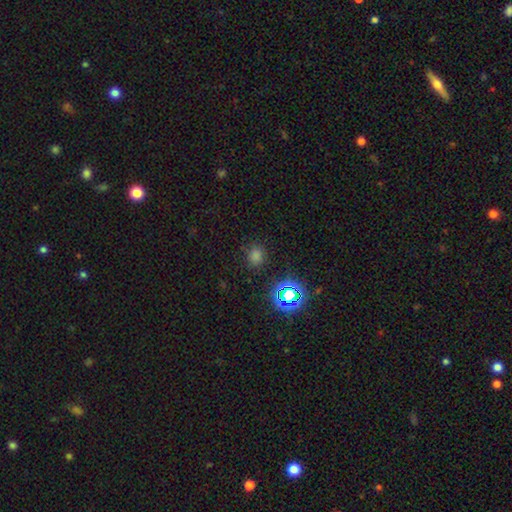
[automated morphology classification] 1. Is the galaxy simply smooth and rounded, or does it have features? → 67% smooth, 28% star or artifact, 5% featured or disk.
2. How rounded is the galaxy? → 75% round, 24% in between, 1% cigar-shaped.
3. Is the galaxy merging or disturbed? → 84% none, 10% minor disturbance, 4% major disturbance, 2% merger.